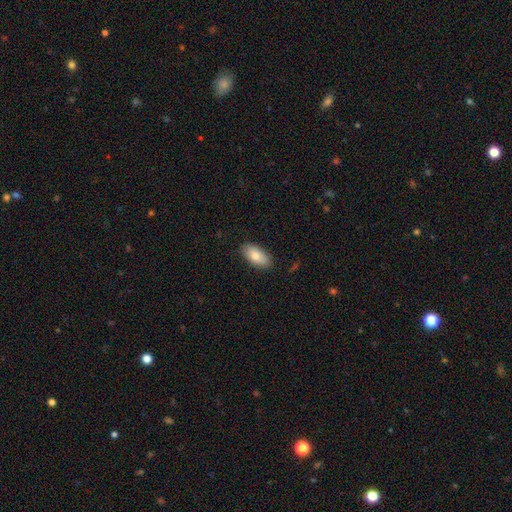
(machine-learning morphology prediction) A smooth galaxy with no disk features (81%) that is in between round and cigar-shaped (92%). Merging: none (87%).